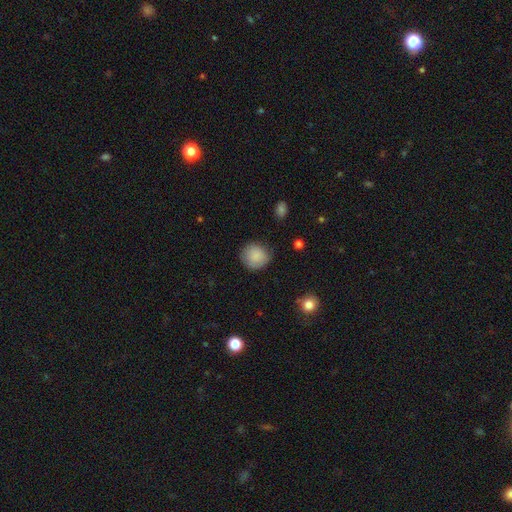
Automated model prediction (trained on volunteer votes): Smooth or featured? smooth (86%)
How rounded? round (88%)
Merging? none (77%)